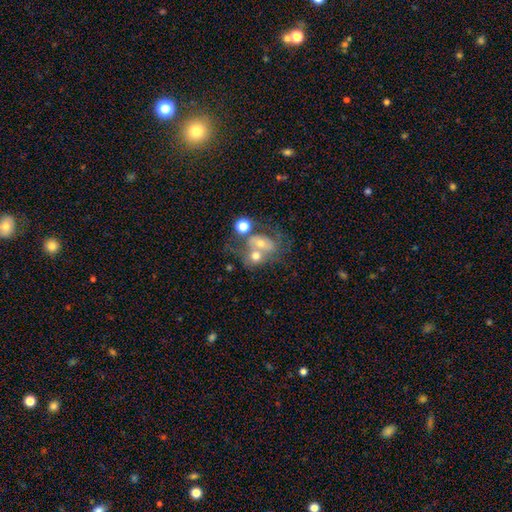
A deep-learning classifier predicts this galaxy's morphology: smooth 48%, featured or disk 39%, star or artifact 13%. Down the decision tree: merging — merger (59%).